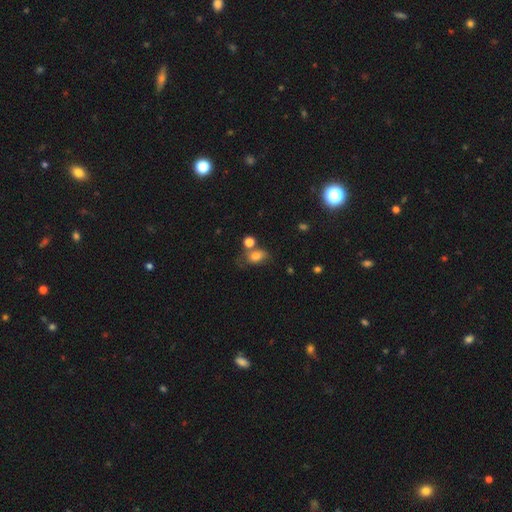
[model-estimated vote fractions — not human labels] This appears to be a smooth galaxy with no disk features (75%) that is in between round and cigar-shaped (74%). Merging: none (43%).